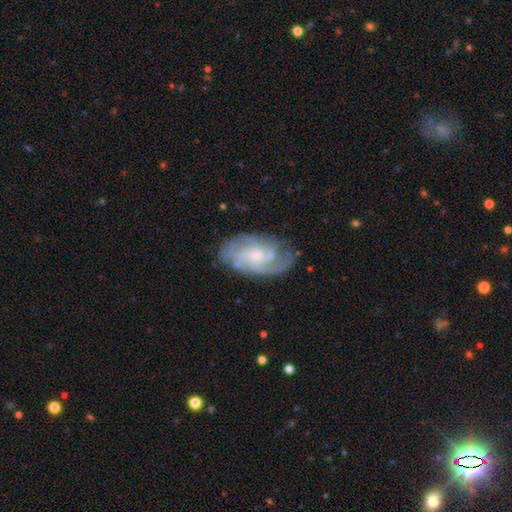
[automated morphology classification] featured or disk 83%, smooth 11%, star or artifact 6%. Down the decision tree: edge-on disk — no (96%); bar — no (64%); spiral arms — yes (96%); spiral arm count — can't tell (29%); spiral winding — tight (54%); bulge size — small (55%); merging — none (75%).